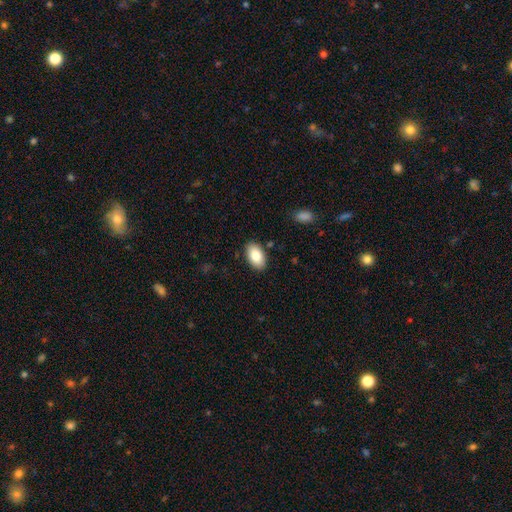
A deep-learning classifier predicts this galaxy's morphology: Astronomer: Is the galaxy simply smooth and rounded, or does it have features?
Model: smooth — 85%.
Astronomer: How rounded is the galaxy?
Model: in between — 94%.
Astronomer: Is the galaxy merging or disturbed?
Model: none — 87%.